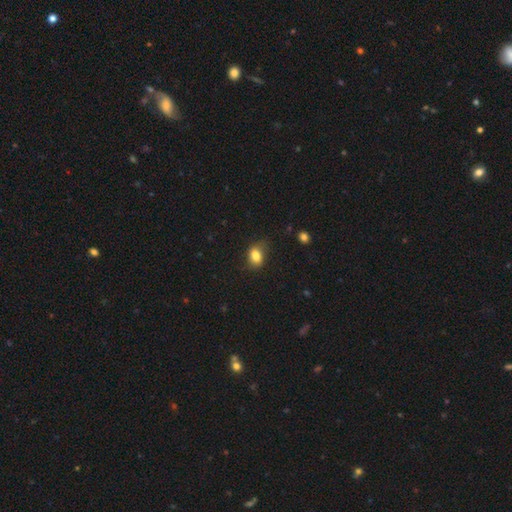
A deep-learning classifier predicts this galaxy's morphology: Smooth or featured: smooth — 83% (star or artifact — 9%)
How rounded: in between — 75% (round — 24%)
Merging: none — 67% (minor disturbance — 24%)